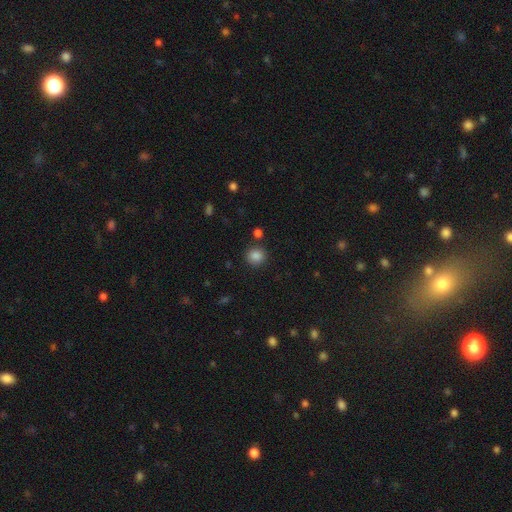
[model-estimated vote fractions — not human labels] The model was most divided on "smooth or featured": smooth: 86%, star or artifact: 11%, featured or disk: 4%. More confident: how rounded — round (90%); merging — none (87%).